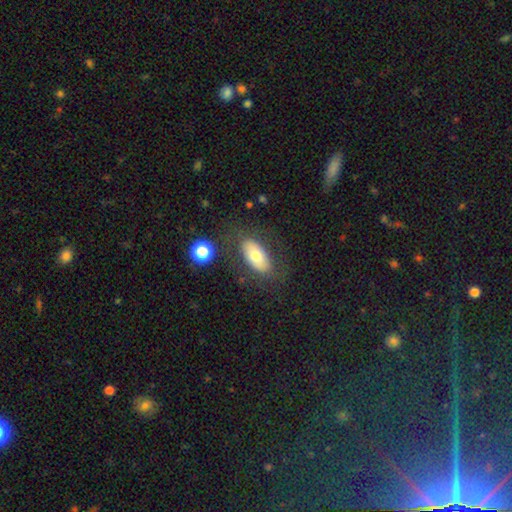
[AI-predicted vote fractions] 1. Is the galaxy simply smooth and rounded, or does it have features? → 67% smooth, 25% featured or disk, 8% star or artifact.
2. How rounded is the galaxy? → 91% in between, 5% cigar-shaped, 4% round.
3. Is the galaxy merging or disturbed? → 77% none, 13% minor disturbance, 7% major disturbance, 3% merger.